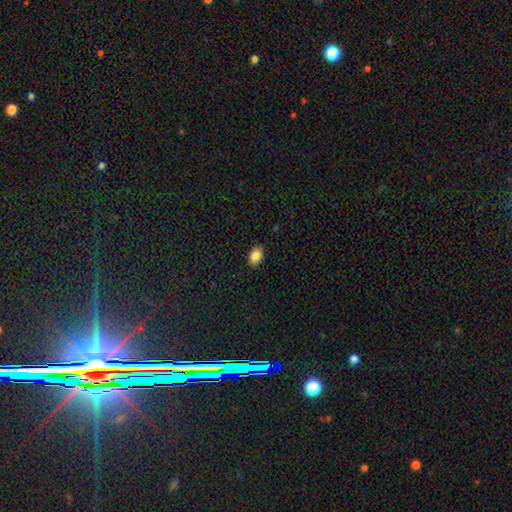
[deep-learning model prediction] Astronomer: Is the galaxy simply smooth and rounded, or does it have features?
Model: smooth — 87%.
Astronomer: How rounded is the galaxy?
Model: in between — 87%.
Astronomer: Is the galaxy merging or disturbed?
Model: none — 88%.